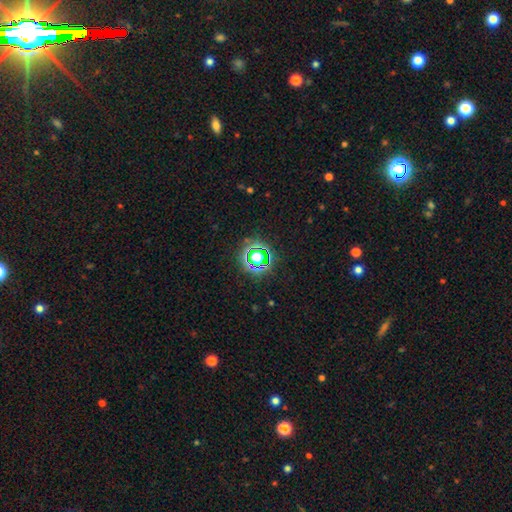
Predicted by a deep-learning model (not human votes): Smooth or featured? Predicted: star or artifact (p=0.58).